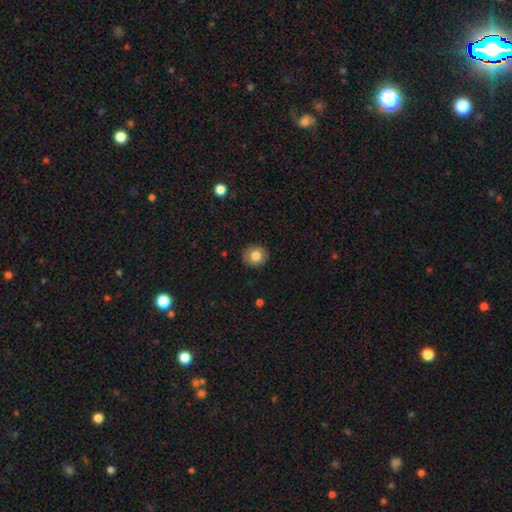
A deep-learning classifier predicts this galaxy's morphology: A smooth galaxy with no disk features (79%) that is round (87%). Merging: none (88%).